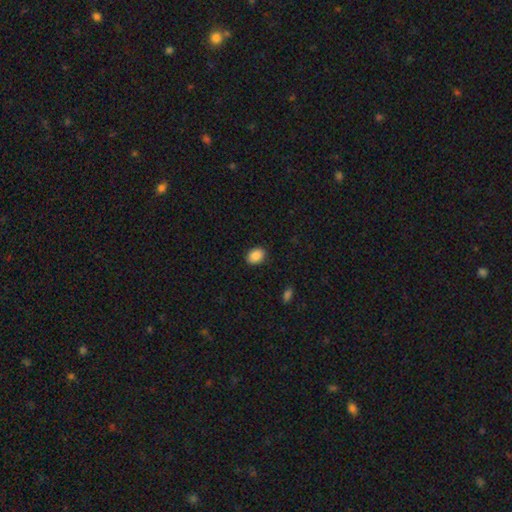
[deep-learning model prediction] A smooth galaxy with no disk features (88%) that is in between round and cigar-shaped (72%). Merging: none (89%).